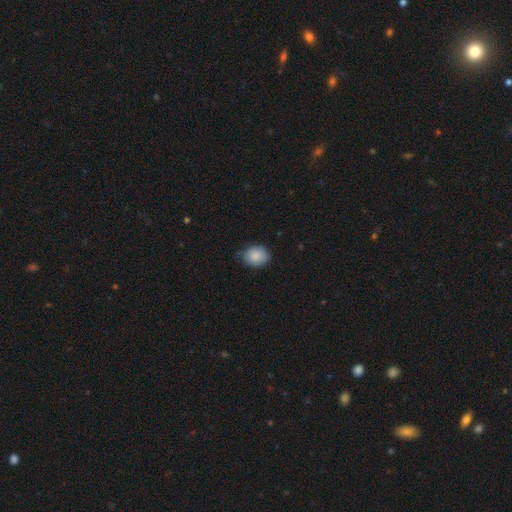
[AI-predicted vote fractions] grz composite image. It shows a smooth galaxy with no disk features (85%) that is round (56%). Merging: none (72%).